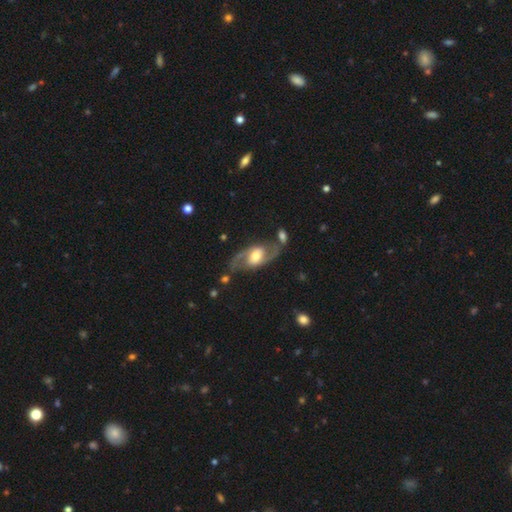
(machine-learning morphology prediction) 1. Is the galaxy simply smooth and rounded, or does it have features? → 84% featured or disk, 11% smooth, 5% star or artifact.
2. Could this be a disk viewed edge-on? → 95% no, 5% yes.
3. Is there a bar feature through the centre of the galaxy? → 41% no, 39% weak, 20% strong.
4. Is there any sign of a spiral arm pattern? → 92% yes, 8% no.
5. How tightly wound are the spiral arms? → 48% medium, 38% loose, 14% tight.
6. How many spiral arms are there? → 92% 2, 3% can't tell, 2% 1, 1% 3, 1% 4, 1% more than 4.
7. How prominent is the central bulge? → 64% moderate, 19% large, 14% small, 2% dominant, 1% none.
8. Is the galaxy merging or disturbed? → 68% none, 15% minor disturbance, 8% major disturbance, 8% merger.